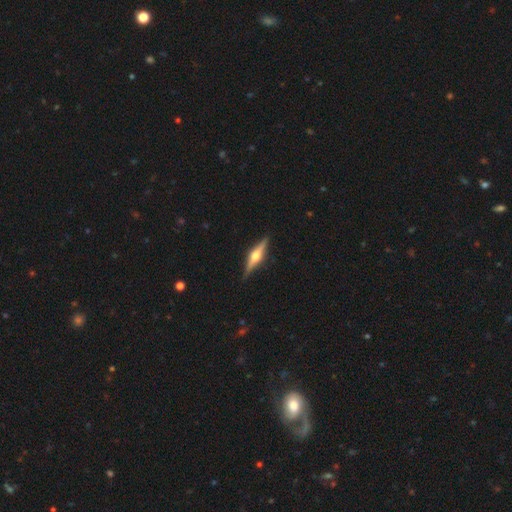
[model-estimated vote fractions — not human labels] featured or disk 77%, smooth 18%, star or artifact 5%. Down the decision tree: edge-on disk — yes (97%); edge-on bulge — rounded (94%); merging — none (89%).